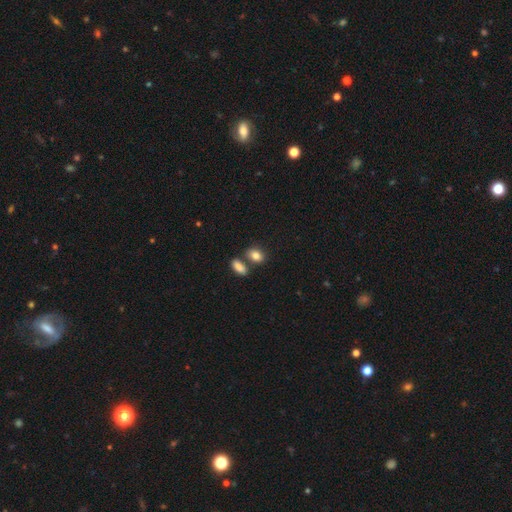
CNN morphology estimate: Smooth or featured? Predicted: smooth (p=0.85). How rounded? Predicted: in between (p=0.77). Merging? Predicted: none (p=0.57).